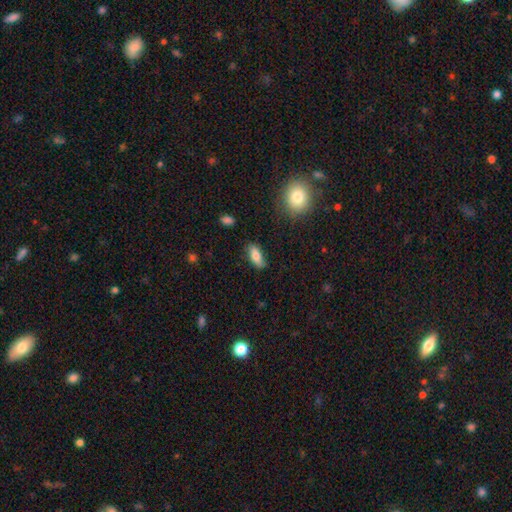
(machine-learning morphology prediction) Smooth or featured?
  - smooth: 74% *
  - featured or disk: 18%
  - star or artifact: 7%
How rounded?
  - in between: 82% *
  - cigar-shaped: 15%
  - round: 3%
Merging?
  - none: 76% *
  - minor disturbance: 18%
  - major disturbance: 4%
  - merger: 2%